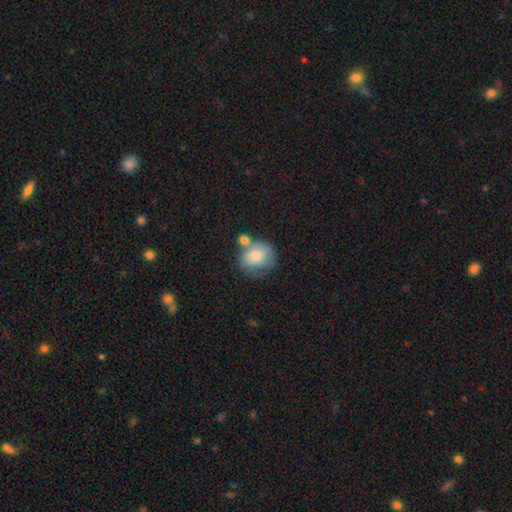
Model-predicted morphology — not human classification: smooth_or_featured: smooth (p=0.74) [alt: featured or disk p=0.19]
how_rounded: round (p=0.68) [alt: in between p=0.31]
merging: none (p=0.38) [alt: merger p=0.28]